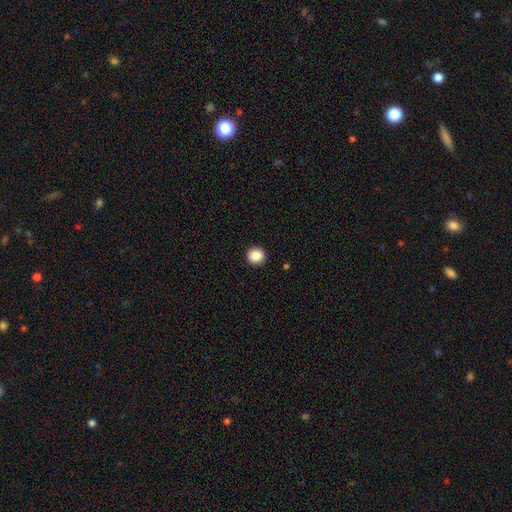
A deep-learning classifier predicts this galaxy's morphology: The model was most divided on "smooth or featured": smooth: 87%, star or artifact: 9%, featured or disk: 3%. More confident: how rounded — round (94%); merging — none (93%).